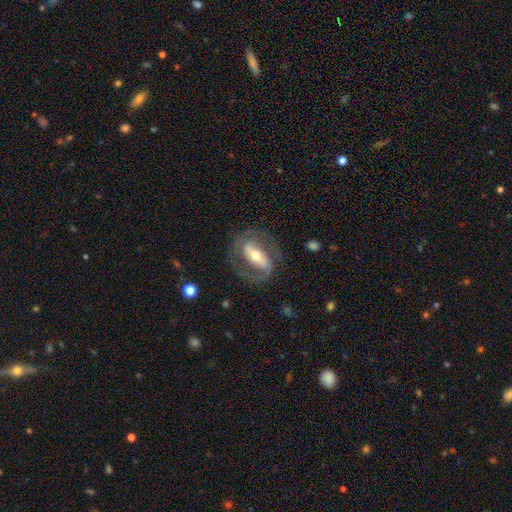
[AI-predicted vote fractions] smooth-or-featured: featured or disk: 81% | smooth: 14% | star or artifact: 5%
  disk-edge-on: no: 94% | yes: 6%
    bar: strong: 53% | weak: 28% | no: 19%
    has-spiral-arms: yes: 88% | no: 12%
      spiral-winding: medium: 51% | tight: 29% | loose: 20%
      spiral-arm-count: 2: 84% | can't tell: 6% | 1: 6% | 3: 1% | 4: 1% | more than 4: 1%
    bulge-size: moderate: 61% | small: 28% | large: 8% | dominant: 1% | none: 1%
  merging: none: 72% | minor disturbance: 15% | major disturbance: 12% | merger: 1%